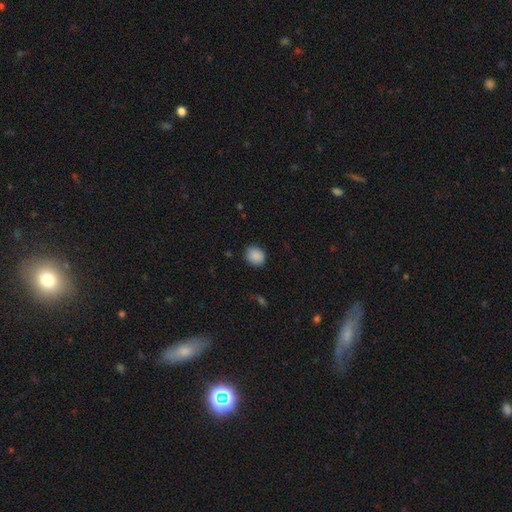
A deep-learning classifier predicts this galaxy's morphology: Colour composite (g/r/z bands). It shows a smooth galaxy with no disk features (89%) that is round (65%). Merging: none (84%).